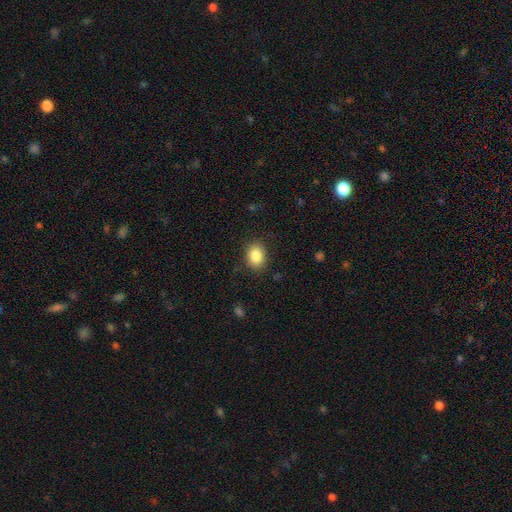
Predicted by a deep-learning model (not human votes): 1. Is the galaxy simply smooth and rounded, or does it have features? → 85% smooth, 9% star or artifact, 6% featured or disk.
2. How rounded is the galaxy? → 58% in between, 41% round, 1% cigar-shaped.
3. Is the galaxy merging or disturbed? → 86% none, 10% minor disturbance, 3% major disturbance, 1% merger.